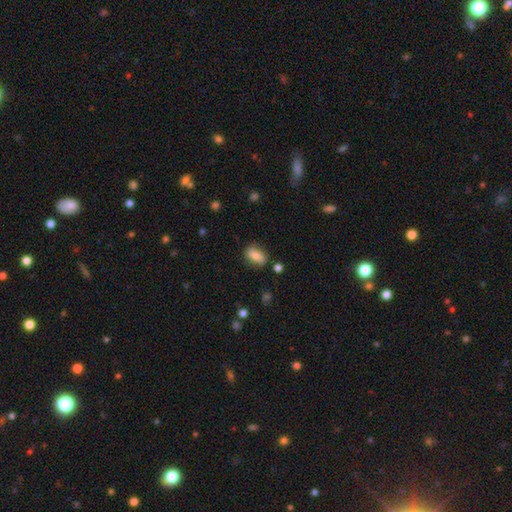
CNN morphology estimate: This appears to be a smooth galaxy with no disk features (79%) that is in between round and cigar-shaped (84%). Merging: none (78%).